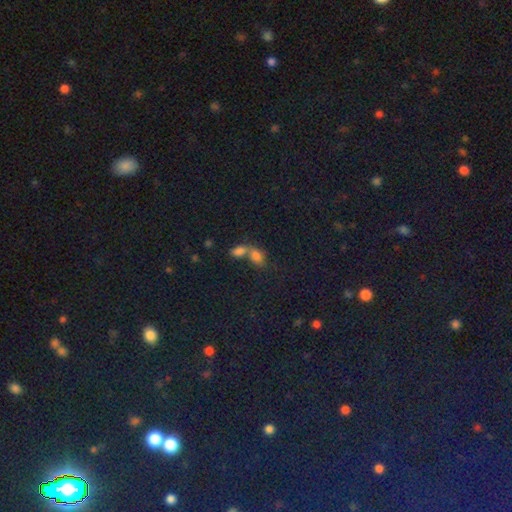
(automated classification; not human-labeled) Smooth or featured: smooth — 73% (star or artifact — 16%)
How rounded: in between — 81% (round — 16%)
Merging: merger — 67% (none — 22%)